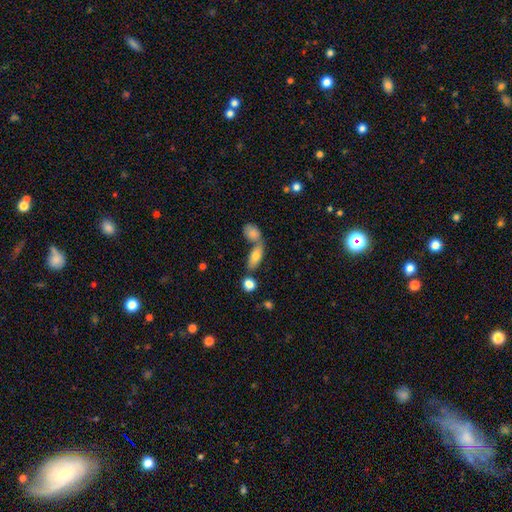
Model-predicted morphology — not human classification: A smooth galaxy with no disk features (73%) that is in between round and cigar-shaped (79%).

Vote fractions:
- Smooth or featured? smooth: 73% / featured or disk: 19% / star or artifact: 8%
- How rounded? in between: 79% / cigar-shaped: 16% / round: 5%
- Merging? none: 47% / merger: 39% / minor disturbance: 10% / major disturbance: 4%